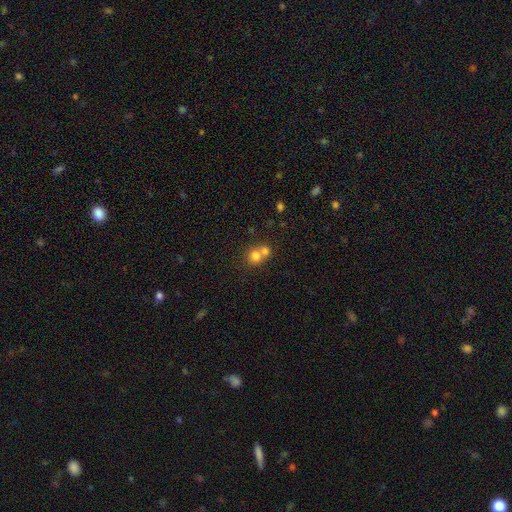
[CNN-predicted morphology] Smooth or featured?
  - smooth: 75% *
  - featured or disk: 13%
  - star or artifact: 12%
How rounded?
  - round: 81% *
  - in between: 18%
  - cigar-shaped: 1%
Merging?
  - merger: 57% *
  - none: 35%
  - minor disturbance: 6%
  - major disturbance: 3%